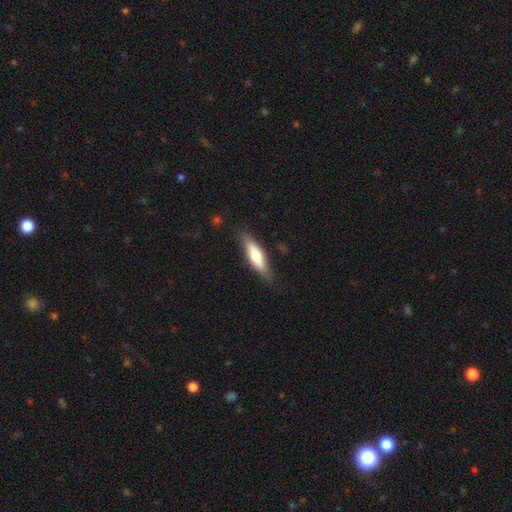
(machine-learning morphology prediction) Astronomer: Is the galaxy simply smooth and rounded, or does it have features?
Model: smooth — 61%.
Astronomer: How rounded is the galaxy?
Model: cigar-shaped — 58% (runner-up: in between, 40%).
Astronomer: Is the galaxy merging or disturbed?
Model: none — 81%.